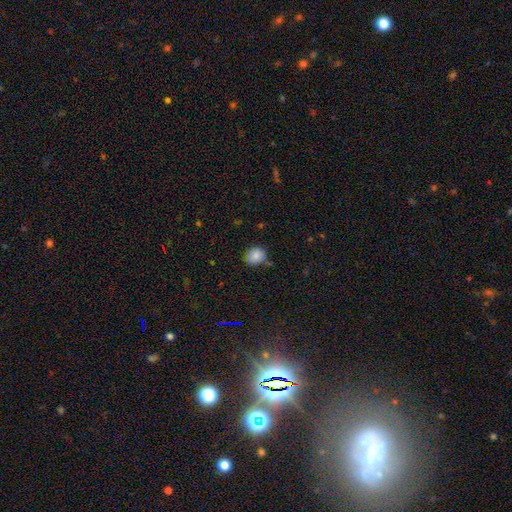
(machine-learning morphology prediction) type=smooth (82%); roundness=round (69%); merging=none (70%).